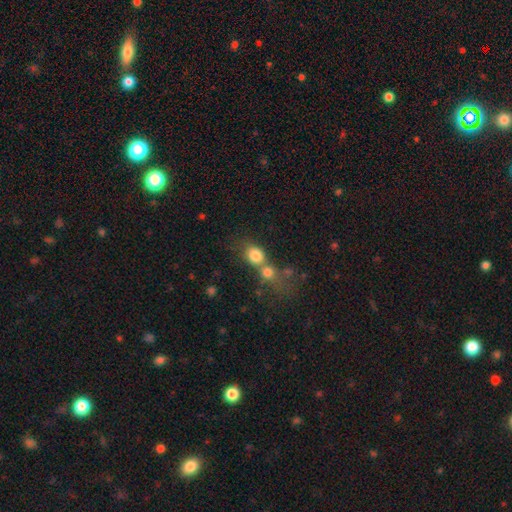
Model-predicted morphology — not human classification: Smooth or featured? Predicted: smooth (p=0.79). How rounded? Predicted: round (p=0.64). Merging? Predicted: merger (p=0.53).